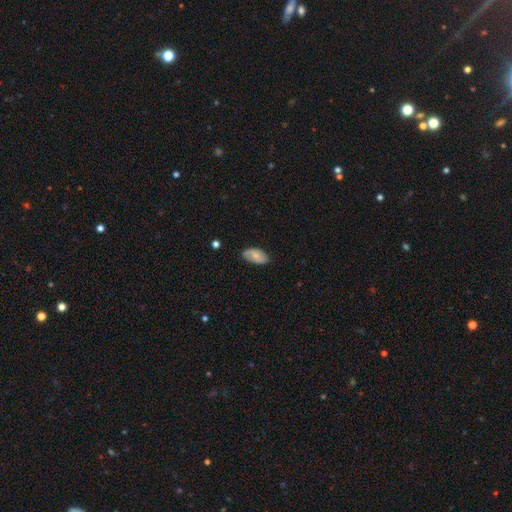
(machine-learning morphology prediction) smooth-or-featured: smooth: 61% | featured or disk: 32% | star or artifact: 7%
  how-rounded: in between: 94% | round: 3% | cigar-shaped: 3%
  merging: none: 79% | minor disturbance: 17% | major disturbance: 3% | merger: 1%